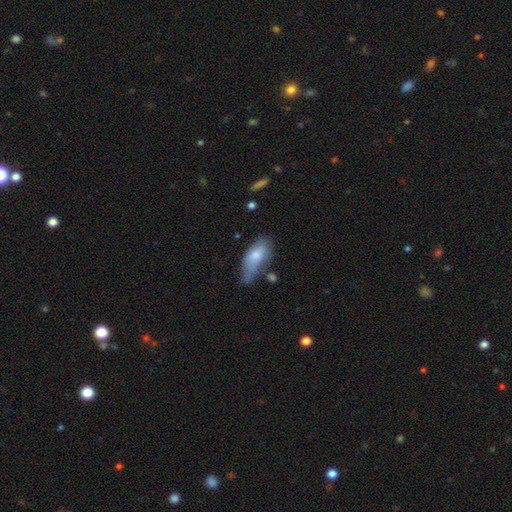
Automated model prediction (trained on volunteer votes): Smooth or featured? smooth (73%)
How rounded? in between (85%)
Merging? minor disturbance (40%)